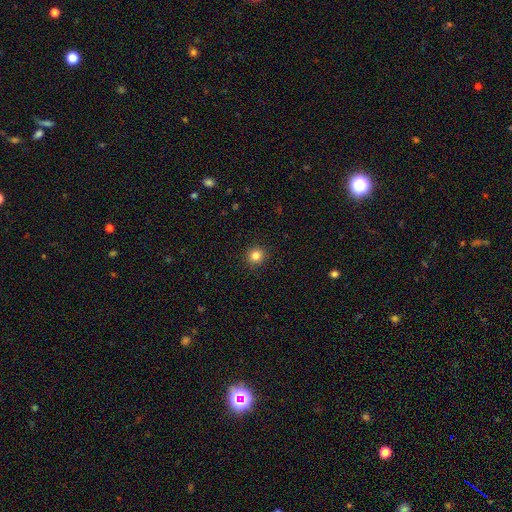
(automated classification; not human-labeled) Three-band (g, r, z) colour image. It shows a smooth galaxy with no disk features (83%) that is round (93%). Merging: none (92%).